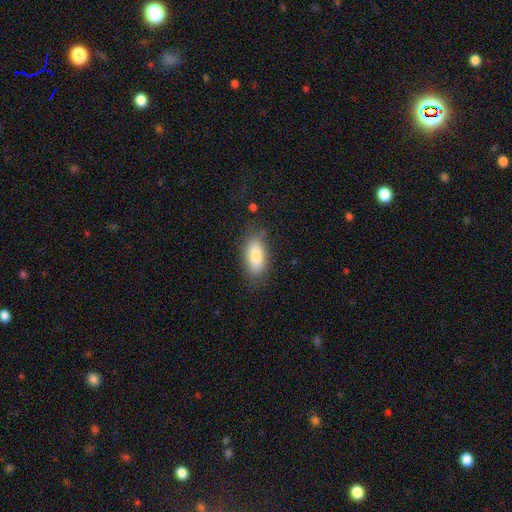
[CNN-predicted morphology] smooth-or-featured: smooth: 84% | featured or disk: 9% | star or artifact: 7%
  how-rounded: in between: 85% | cigar-shaped: 12% | round: 3%
  merging: none: 79% | minor disturbance: 15% | major disturbance: 5% | merger: 2%